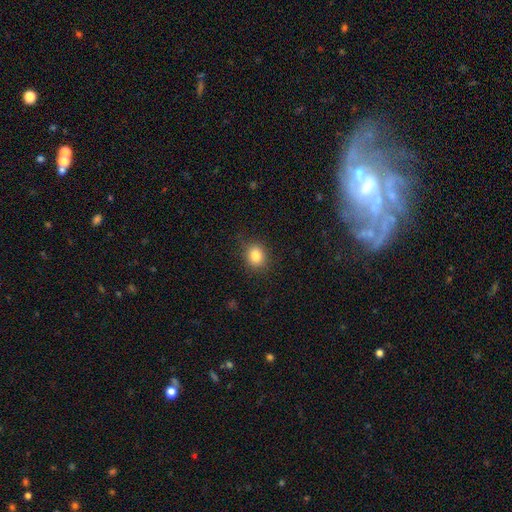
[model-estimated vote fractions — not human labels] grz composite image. It shows a smooth galaxy with no disk features (83%) that is round (64%). Merging: none (86%).